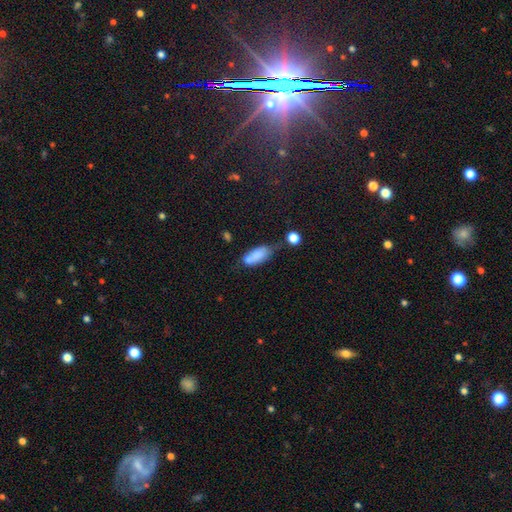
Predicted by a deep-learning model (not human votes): A smooth galaxy with no disk features (77%) that is in between round and cigar-shaped (82%).

Vote fractions:
- Smooth or featured? smooth: 77% / featured or disk: 14% / star or artifact: 9%
- How rounded? in between: 82% / cigar-shaped: 15% / round: 3%
- Merging? none: 35% / minor disturbance: 29% / merger: 23% / major disturbance: 13%